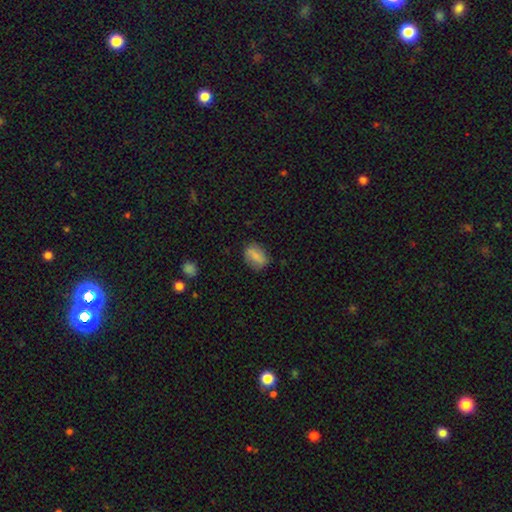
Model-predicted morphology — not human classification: Overall: smooth (75%). How rounded: in between (75%). Merging: none (75%).